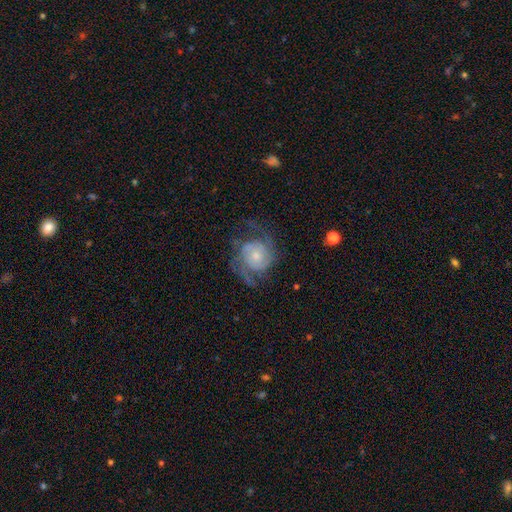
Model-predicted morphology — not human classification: Smooth or featured: featured or disk — 82% (smooth — 12%)
Edge-on disk: no — 98% (yes — 2%)
Bar: no — 72% (weak — 24%)
Spiral arms: yes — 94% (no — 6%)
Spiral winding: medium — 46% (tight — 33%)
Spiral arm count: 2 — 60% (3 — 15%)
Bulge size: small — 52% (moderate — 36%)
Merging: none — 61% (major disturbance — 19%)